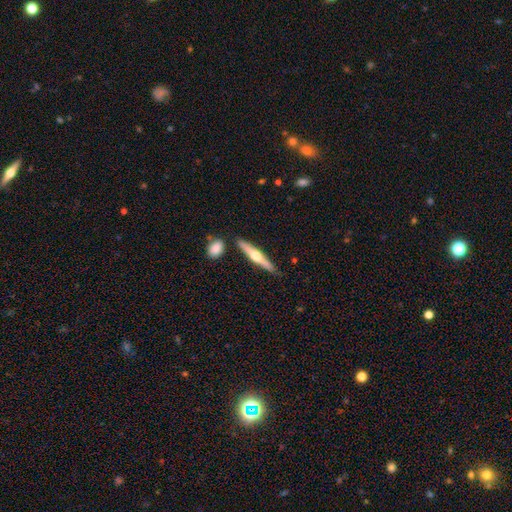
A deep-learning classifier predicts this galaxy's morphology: A featured or disk galaxy (60%) viewed edge-on (96%) with a rounded central bulge (92%).

Vote fractions:
- Smooth or featured? featured or disk: 60% / smooth: 35% / star or artifact: 5%
- Edge-on disk? yes: 96% / no: 4%
- Edge-on bulge? rounded: 92% / none: 5% / boxy: 4%
- Merging? none: 82% / minor disturbance: 11% / merger: 5% / major disturbance: 2%